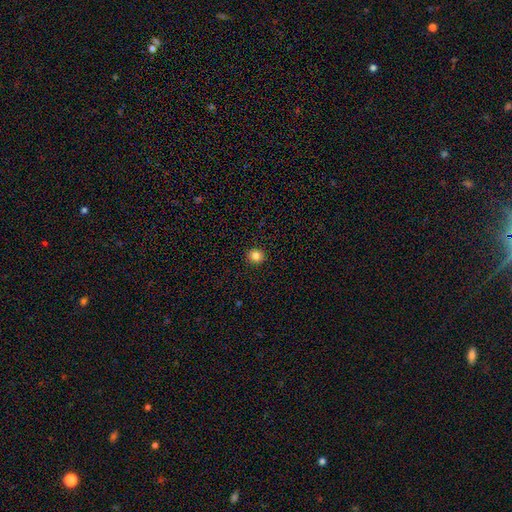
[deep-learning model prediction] Smooth or featured: smooth — 84% (star or artifact — 11%)
How rounded: round — 89% (in between — 10%)
Merging: none — 93% (minor disturbance — 5%)